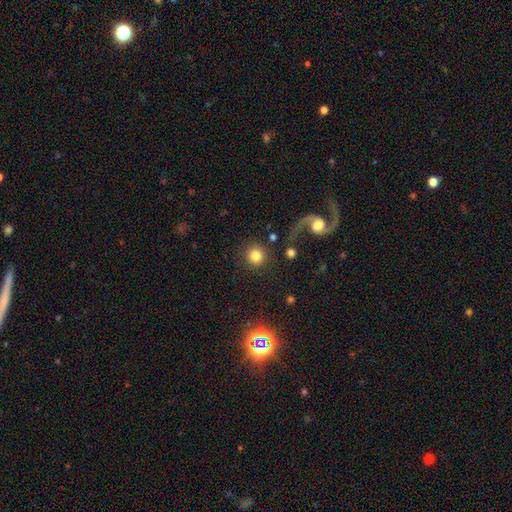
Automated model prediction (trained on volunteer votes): This is clearly a smooth galaxy (81%). How rounded: clearly round (94%). Merging: clearly none (82%).